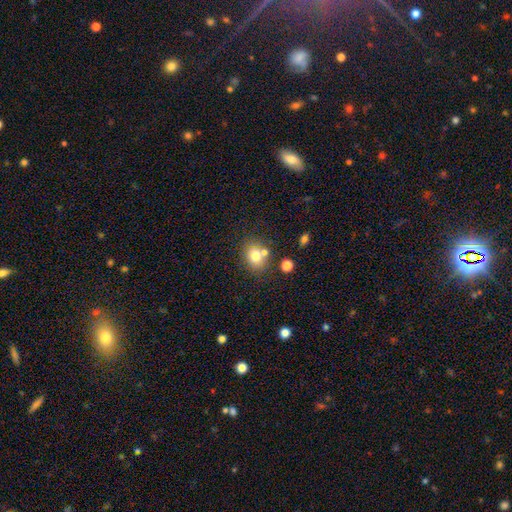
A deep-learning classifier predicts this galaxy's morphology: Smooth or featured: smooth — 75% (featured or disk — 13%)
How rounded: round — 53% (in between — 46%)
Merging: none — 63% (merger — 20%)